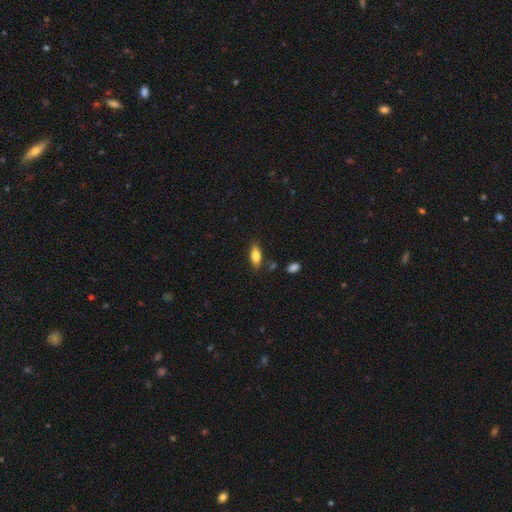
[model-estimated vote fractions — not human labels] Smooth or featured? smooth (82%)
How rounded? in between (83%)
Merging? none (80%)